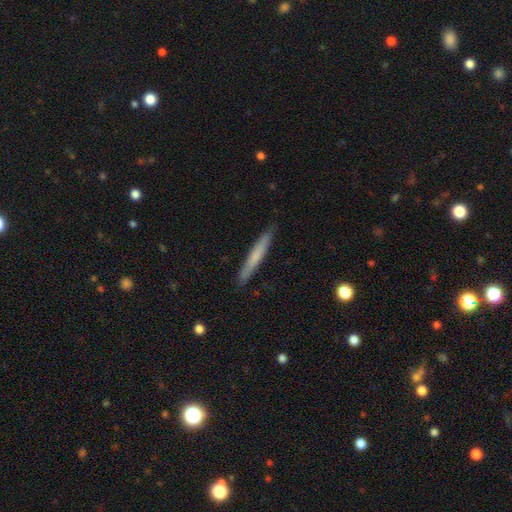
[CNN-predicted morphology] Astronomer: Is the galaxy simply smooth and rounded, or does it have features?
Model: smooth — 63%.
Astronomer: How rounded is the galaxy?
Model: cigar-shaped — 96%.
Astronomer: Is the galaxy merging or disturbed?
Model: none — 90%.